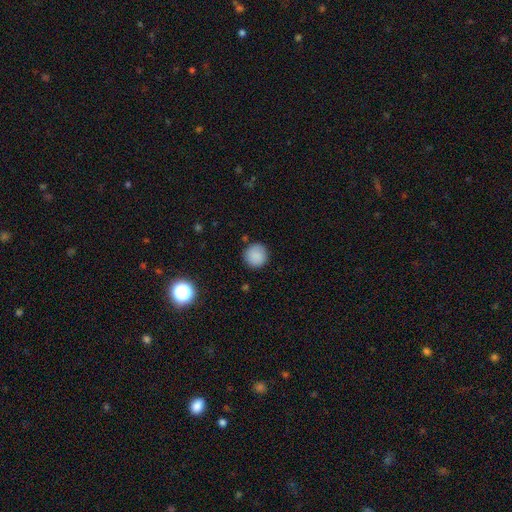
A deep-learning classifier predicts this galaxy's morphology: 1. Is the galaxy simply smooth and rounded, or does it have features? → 87% smooth, 8% star or artifact, 4% featured or disk.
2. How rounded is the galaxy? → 94% round, 5% in between, 1% cigar-shaped.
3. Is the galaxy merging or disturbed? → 87% none, 9% minor disturbance, 2% major disturbance, 1% merger.